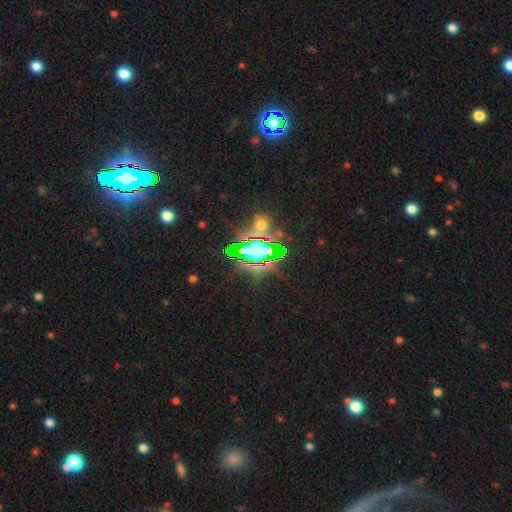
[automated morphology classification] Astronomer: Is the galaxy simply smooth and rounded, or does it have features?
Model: star or artifact — 73%.